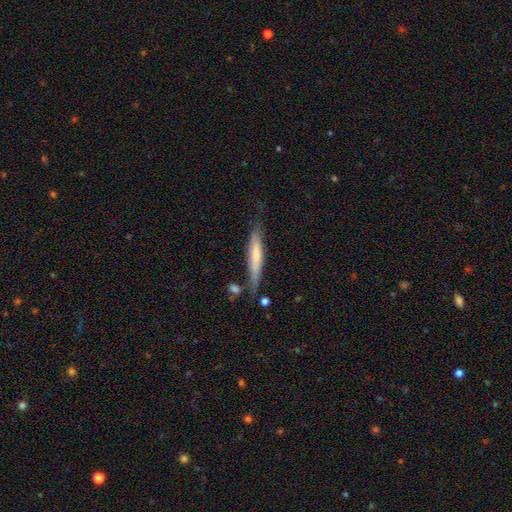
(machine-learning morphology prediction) This appears to be a smooth galaxy with no disk features (55%) that is cigar-shaped (91%). Merging: none (62%).